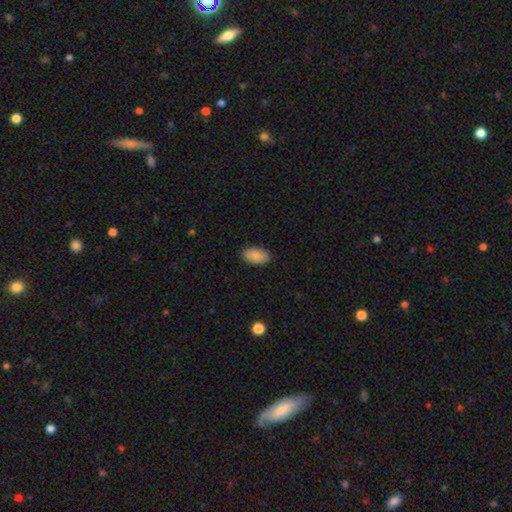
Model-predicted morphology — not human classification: smooth-or-featured: smooth: 88% | star or artifact: 7% | featured or disk: 5%
  how-rounded: in between: 94% | round: 3% | cigar-shaped: 2%
  merging: none: 89% | minor disturbance: 8% | major disturbance: 2% | merger: 1%